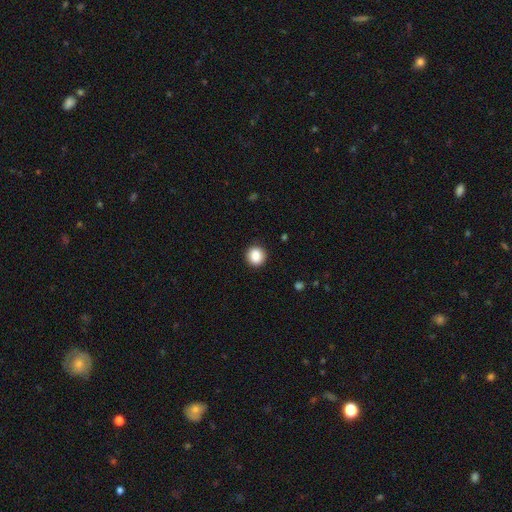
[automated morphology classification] The model was most divided on "smooth or featured": smooth: 88%, star or artifact: 9%, featured or disk: 3%. More confident: how rounded — round (92%); merging — none (91%).